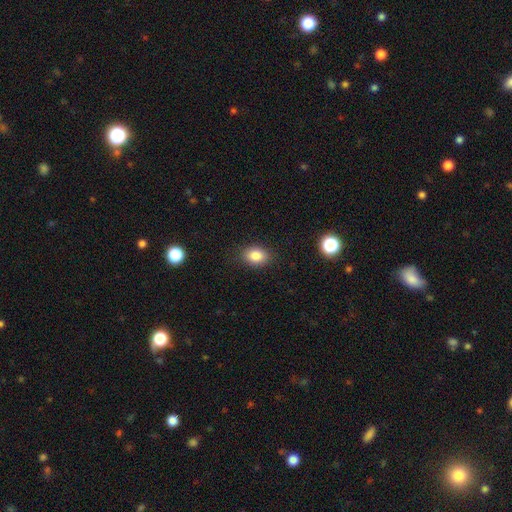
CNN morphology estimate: smooth 84%, star or artifact 10%, featured or disk 6%. Down the decision tree: how rounded — in between (73%); merging — none (86%).